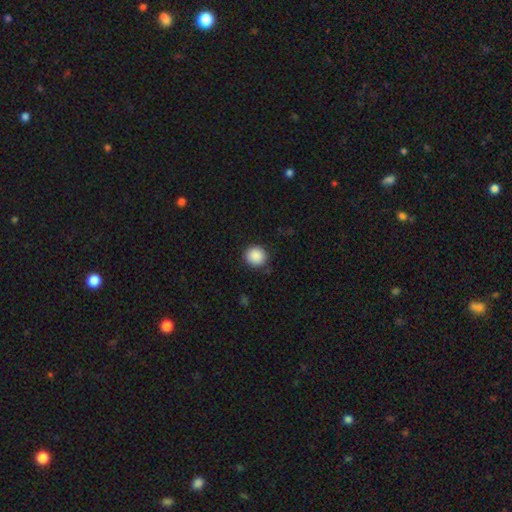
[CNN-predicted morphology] This appears to be a smooth galaxy with no disk features (89%) that is round (93%). Merging: none (88%).